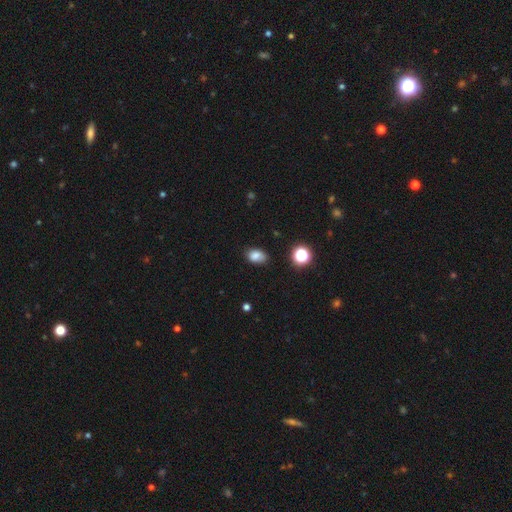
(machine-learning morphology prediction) A smooth galaxy with no disk features (82%) that is in between round and cigar-shaped (82%).

Vote fractions:
- Smooth or featured? smooth: 82% / star or artifact: 12% / featured or disk: 6%
- How rounded? in between: 82% / round: 17% / cigar-shaped: 1%
- Merging? none: 72% / minor disturbance: 22% / major disturbance: 4% / merger: 2%